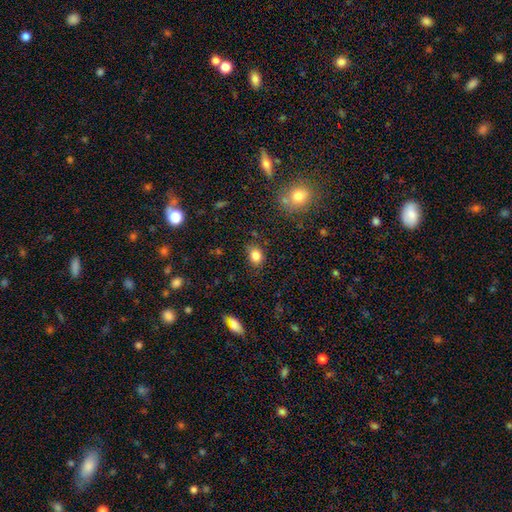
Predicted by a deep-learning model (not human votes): A smooth galaxy with no disk features (84%) that is in between round and cigar-shaped (57%). Merging: none (77%).